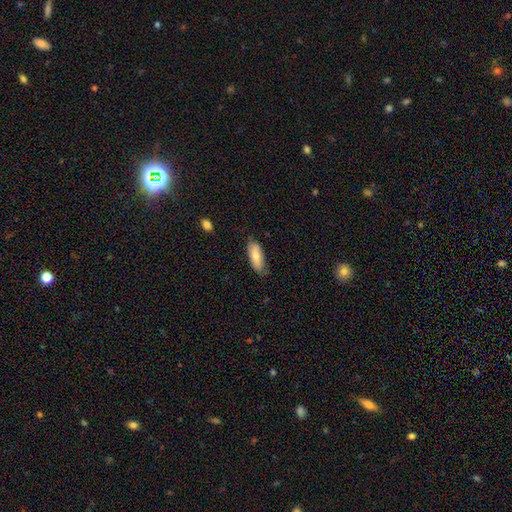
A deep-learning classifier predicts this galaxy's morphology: smooth 76%, featured or disk 18%, star or artifact 6%. Down the decision tree: how rounded — in between (74%); merging — none (76%).